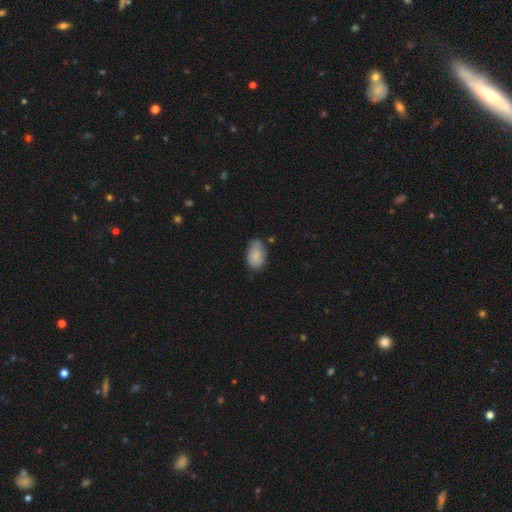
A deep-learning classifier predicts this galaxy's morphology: Smooth or featured?
  - smooth: 81% *
  - featured or disk: 12%
  - star or artifact: 7%
How rounded?
  - in between: 90% *
  - round: 9%
  - cigar-shaped: 1%
Merging?
  - none: 59% *
  - minor disturbance: 32%
  - major disturbance: 6%
  - merger: 3%